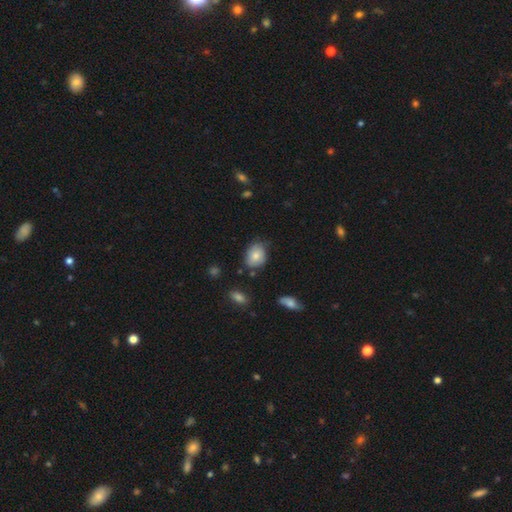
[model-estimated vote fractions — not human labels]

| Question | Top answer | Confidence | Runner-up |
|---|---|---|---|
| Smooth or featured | smooth | 77% | featured or disk (15%) |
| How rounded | in between | 64% | round (35%) |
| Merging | none | 63% | minor disturbance (28%) |